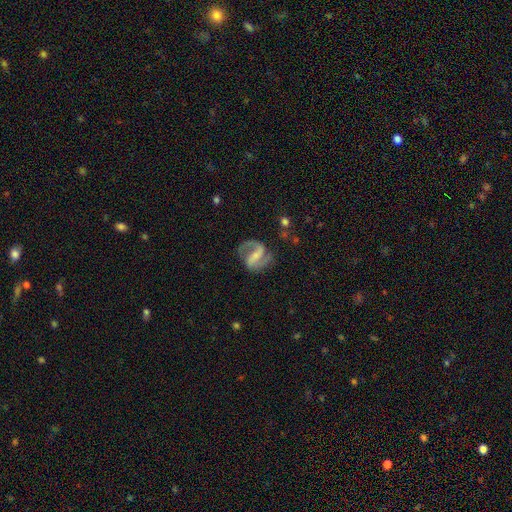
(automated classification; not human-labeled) A featured or disk galaxy (86%) with a strong bar (48%), 2 (90%) medium (54%) spiral arms (95%) and a small central bulge (56%). Merging: none (72%).